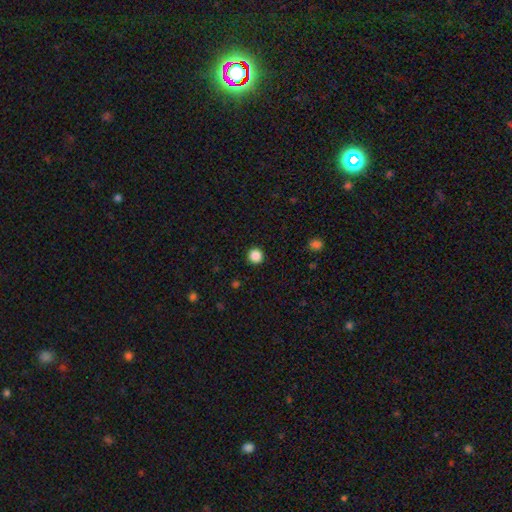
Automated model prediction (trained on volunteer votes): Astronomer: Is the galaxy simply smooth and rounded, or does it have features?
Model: smooth — 87%.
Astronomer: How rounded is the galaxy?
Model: round — 95%.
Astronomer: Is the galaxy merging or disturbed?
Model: none — 93%.